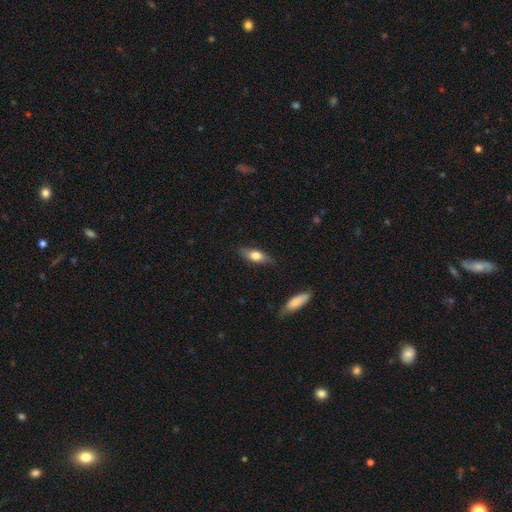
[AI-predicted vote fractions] Overall: smooth (67%). How rounded: in between (69%). Merging: none (80%).